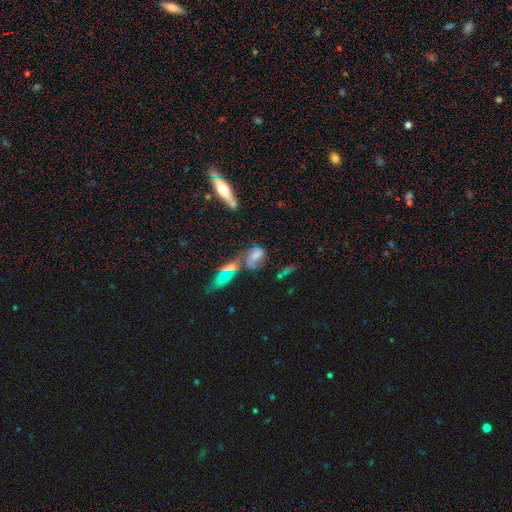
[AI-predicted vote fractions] Morphology: type=featured or disk (44%); merging=merger (34%).